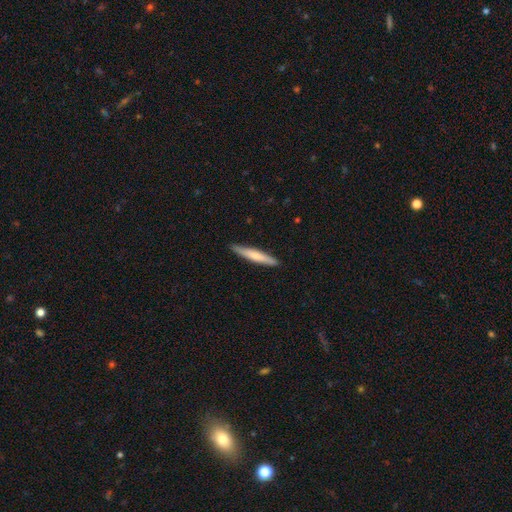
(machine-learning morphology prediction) smooth 66%, featured or disk 29%, star or artifact 5%. Down the decision tree: how rounded — cigar-shaped (93%); merging — none (90%).